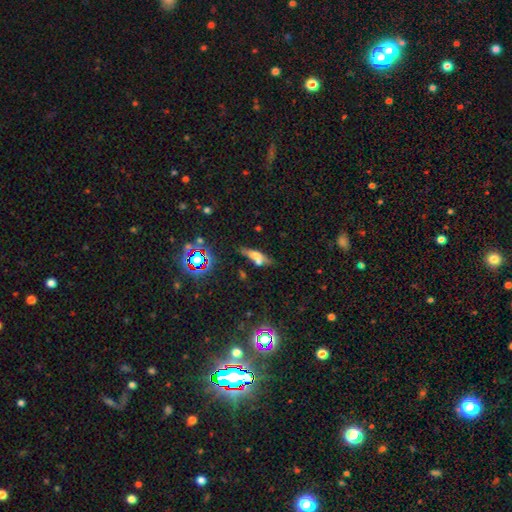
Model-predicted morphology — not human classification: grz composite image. It shows a smooth galaxy with no disk features (52%) that is cigar-shaped (52%). Merging: none (57%).